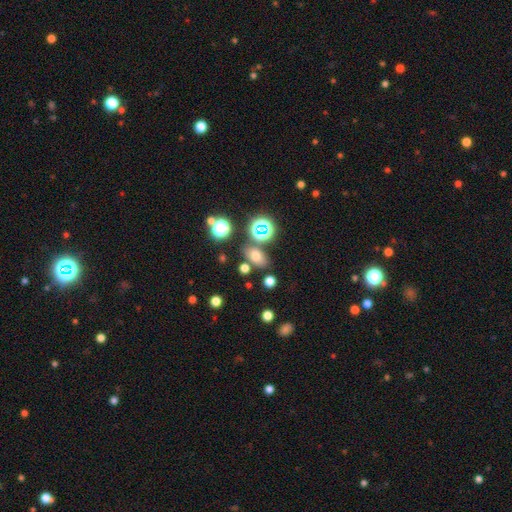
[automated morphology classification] Smooth or featured: smooth — 64% (star or artifact — 23%)
How rounded: in between — 77% (round — 20%)
Merging: none — 75% (minor disturbance — 11%)